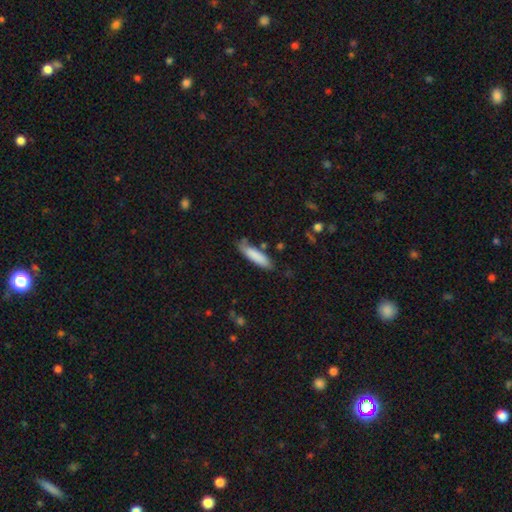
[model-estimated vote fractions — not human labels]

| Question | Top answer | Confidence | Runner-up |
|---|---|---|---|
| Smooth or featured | smooth | 83% | featured or disk (11%) |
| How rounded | cigar-shaped | 71% | in between (27%) |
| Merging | none | 70% | minor disturbance (21%) |